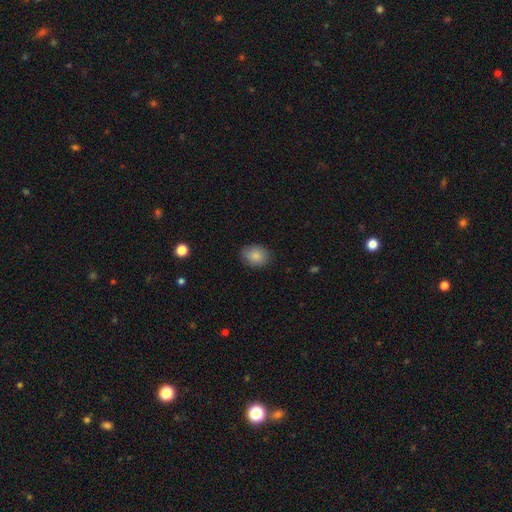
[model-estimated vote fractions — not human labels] A smooth galaxy with no disk features (86%) that is in between round and cigar-shaped (58%).

Vote fractions:
- Smooth or featured? smooth: 86% / star or artifact: 8% / featured or disk: 6%
- How rounded? in between: 58% / round: 41% / cigar-shaped: 1%
- Merging? none: 83% / minor disturbance: 13% / major disturbance: 3% / merger: 1%